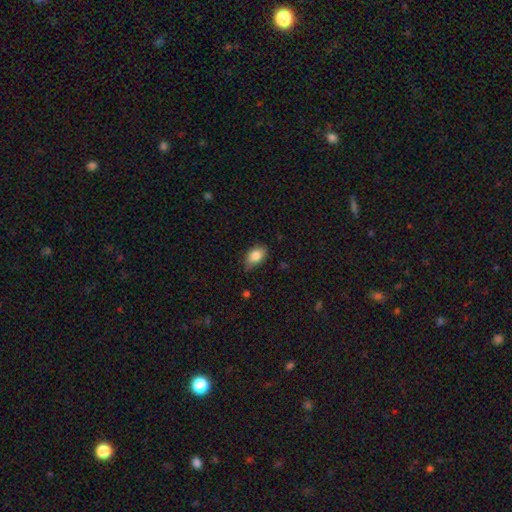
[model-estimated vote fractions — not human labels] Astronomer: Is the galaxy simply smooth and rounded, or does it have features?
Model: smooth — 84%.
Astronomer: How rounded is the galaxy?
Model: in between — 86%.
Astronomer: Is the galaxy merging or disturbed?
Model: none — 65%.